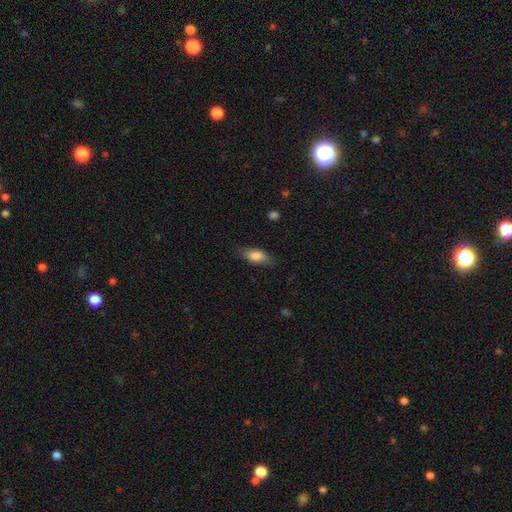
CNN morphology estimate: smooth_or_featured: smooth (p=0.79) [alt: featured or disk p=0.14]
how_rounded: in between (p=0.80) [alt: cigar-shaped p=0.16]
merging: none (p=0.80) [alt: minor disturbance p=0.15]